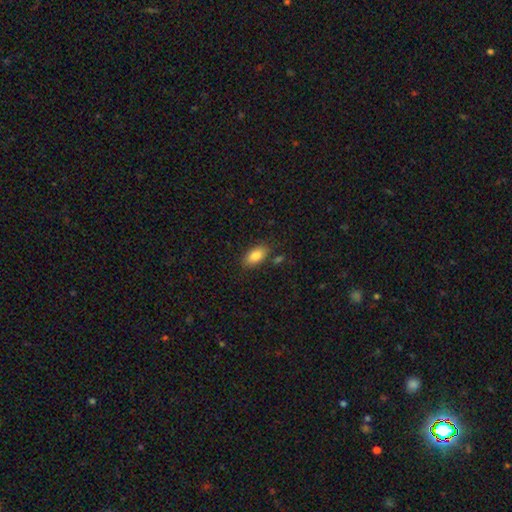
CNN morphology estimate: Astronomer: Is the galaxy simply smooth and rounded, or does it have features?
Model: smooth — 84%.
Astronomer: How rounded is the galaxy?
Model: in between — 91%.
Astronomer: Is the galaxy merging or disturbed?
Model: none — 81%.